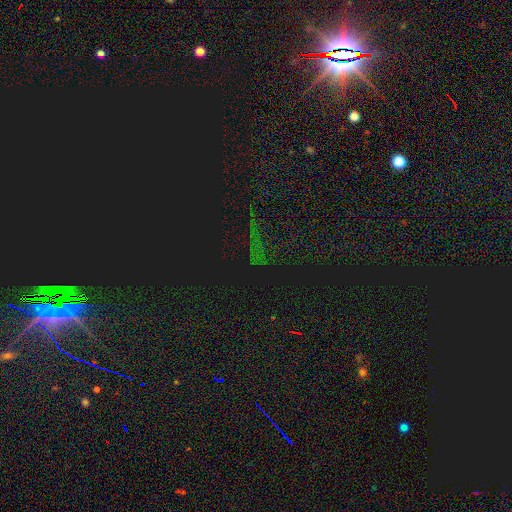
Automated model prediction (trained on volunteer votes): Q: Smooth or featured?
A: star or artifact (79%); runner-up: smooth (13%)